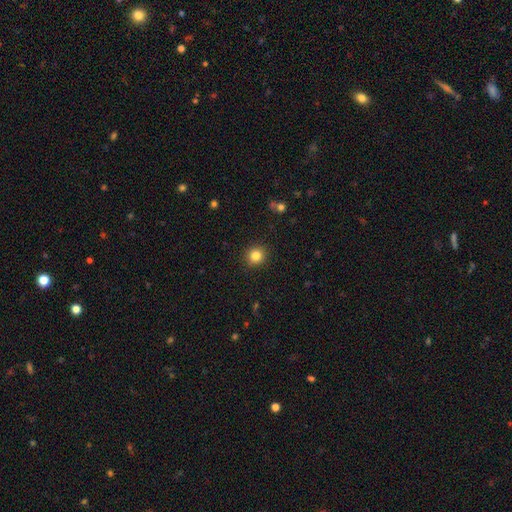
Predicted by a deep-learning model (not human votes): smooth_or_featured: smooth (p=0.83) [alt: star or artifact p=0.11]
how_rounded: round (p=0.92) [alt: in between p=0.07]
merging: none (p=0.92) [alt: minor disturbance p=0.06]